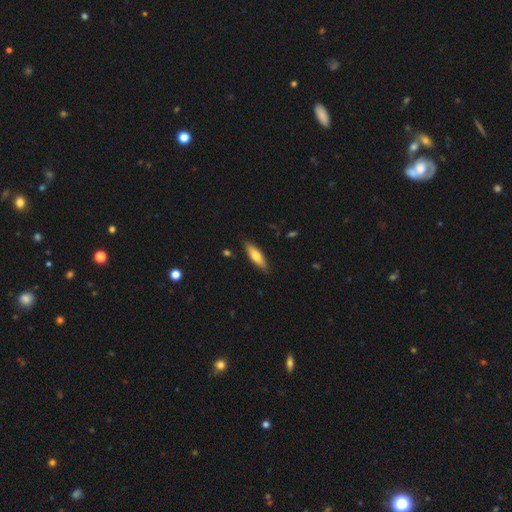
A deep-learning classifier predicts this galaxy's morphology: The model was most divided on "how rounded": cigar-shaped: 53%, in between: 45%, round: 2%. More confident: merging — none (87%); smooth or featured — smooth (65%).